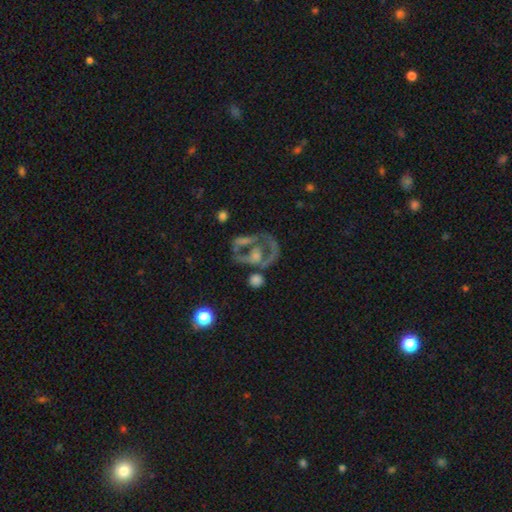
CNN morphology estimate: type=featured or disk (67%); edge-on=no (96%); bar=no (70%); spiral arms=no (70%); bulge=moderate (37%); merging=none (40%).